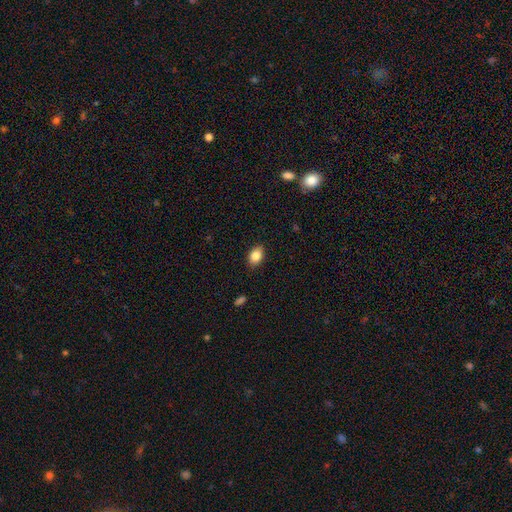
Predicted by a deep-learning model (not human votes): The model was most divided on "how rounded": in between: 83%, round: 15%, cigar-shaped: 1%. More confident: merging — none (87%); smooth or featured — smooth (86%).